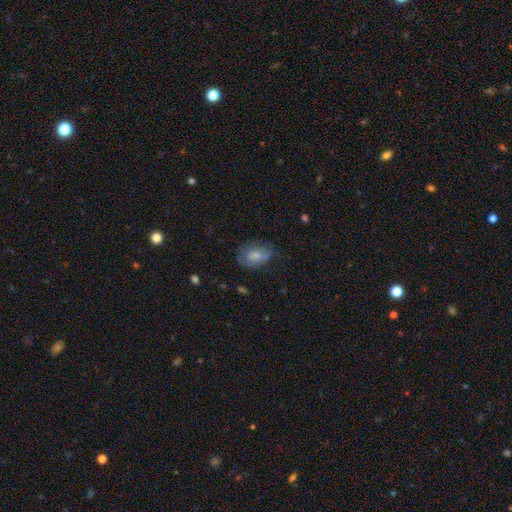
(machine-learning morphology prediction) smooth_or_featured: smooth (p=0.70) [alt: featured or disk p=0.21]
how_rounded: in between (p=0.74) [alt: round p=0.24]
merging: none (p=0.54) [alt: minor disturbance p=0.30]